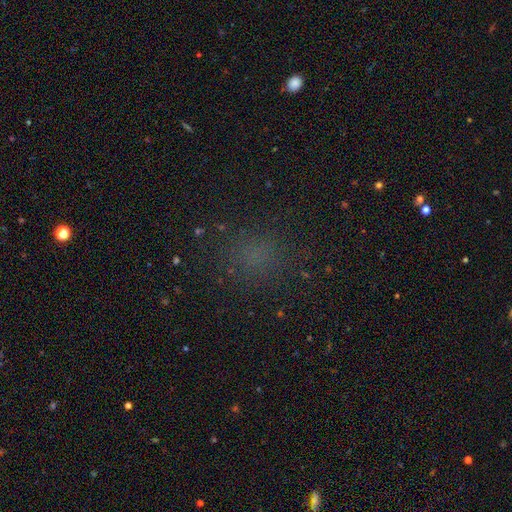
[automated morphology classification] Q: Smooth or featured?
A: smooth (63%); runner-up: star or artifact (30%)
Q: How rounded?
A: round (70%); runner-up: in between (28%)
Q: Merging?
A: none (83%); runner-up: minor disturbance (10%)